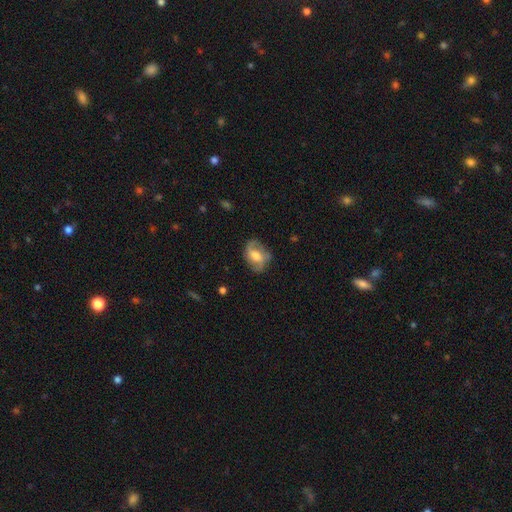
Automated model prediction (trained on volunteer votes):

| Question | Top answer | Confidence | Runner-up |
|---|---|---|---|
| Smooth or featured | featured or disk | 58% | smooth (35%) |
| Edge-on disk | no | 96% | yes (4%) |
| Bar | weak | 45% | no (36%) |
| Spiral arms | yes | 82% | no (18%) |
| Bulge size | moderate | 52% | large (21%) |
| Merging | none | 64% | minor disturbance (23%) |